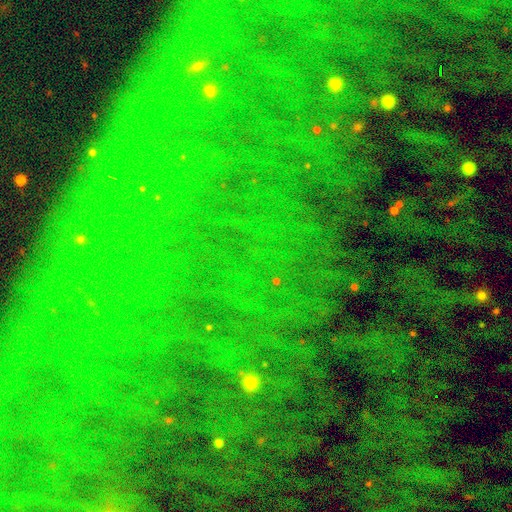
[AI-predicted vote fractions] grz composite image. It shows a star or artifact, not a galaxy (85%).